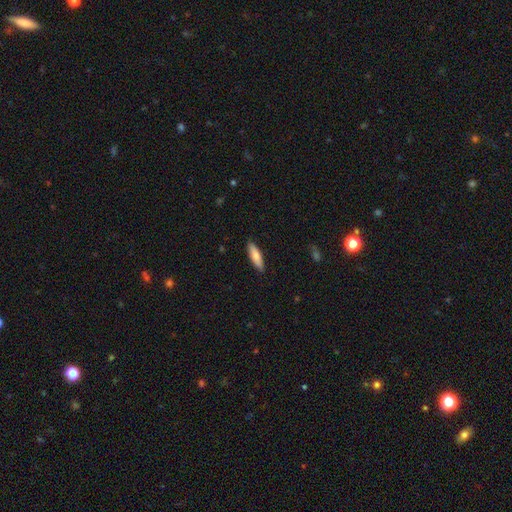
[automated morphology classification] A smooth galaxy with no disk features (77%) that is cigar-shaped (61%).

Vote fractions:
- Smooth or featured? smooth: 77% / featured or disk: 18% / star or artifact: 5%
- How rounded? cigar-shaped: 61% / in between: 37% / round: 2%
- Merging? none: 89% / minor disturbance: 8% / major disturbance: 2% / merger: 1%